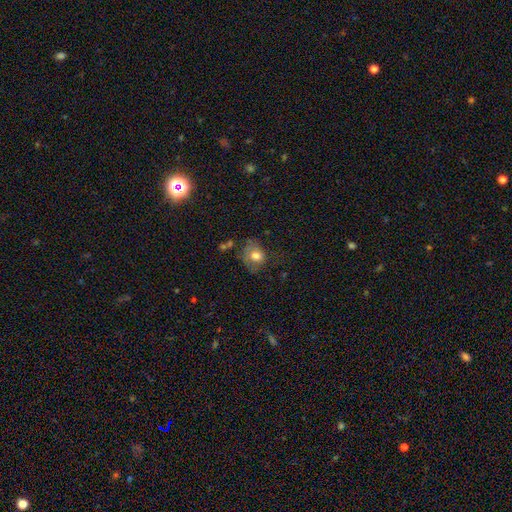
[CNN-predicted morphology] The model was most divided on "how rounded": round: 56%, in between: 43%, cigar-shaped: 1%. Remaining: smooth or featured — smooth (67%); merging — none (43%).